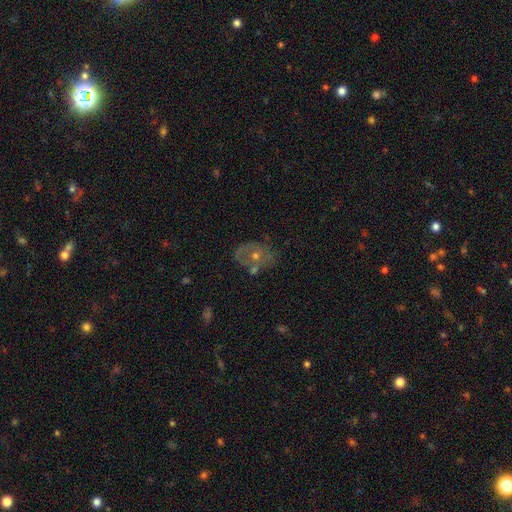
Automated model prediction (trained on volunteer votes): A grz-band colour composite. It shows a featured or disk galaxy (56%) with no bar (85%), no spiral arms (55%) and a moderate central bulge (51%). Merging: none (58%).